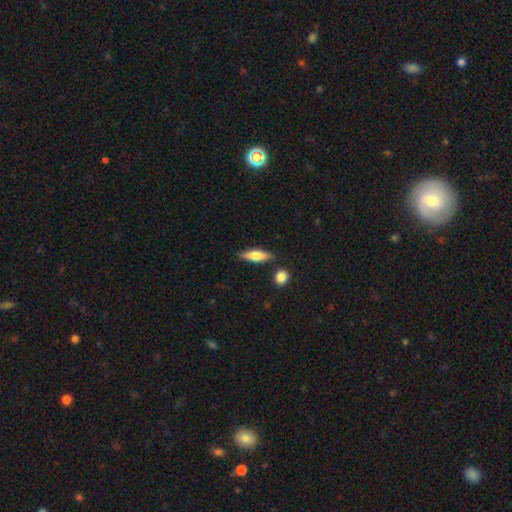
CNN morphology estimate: Smooth or featured? smooth (64%)
How rounded? cigar-shaped (50%)
Merging? none (81%)